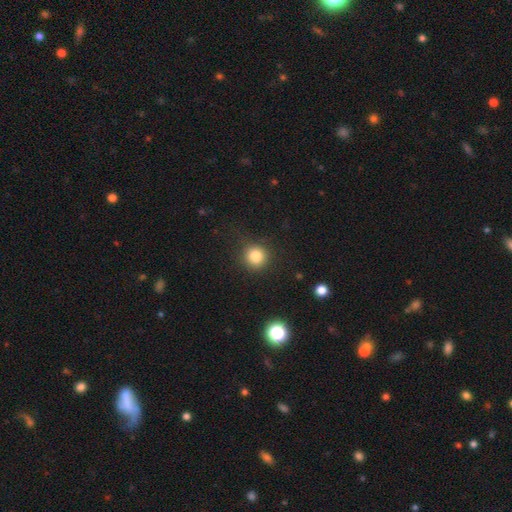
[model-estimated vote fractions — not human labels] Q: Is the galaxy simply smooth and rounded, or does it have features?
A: smooth — 83%.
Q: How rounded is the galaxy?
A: round — 91%.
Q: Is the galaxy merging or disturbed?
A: none — 84%.